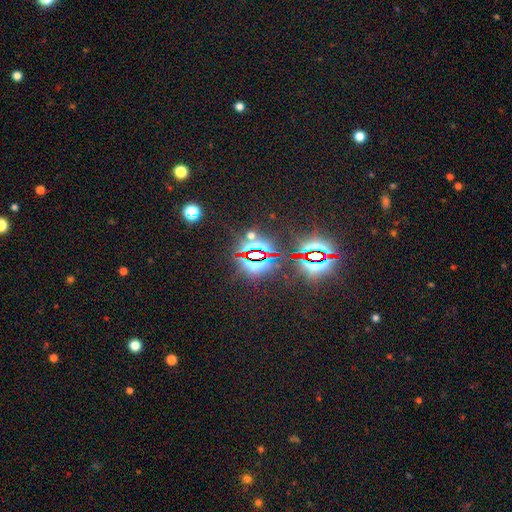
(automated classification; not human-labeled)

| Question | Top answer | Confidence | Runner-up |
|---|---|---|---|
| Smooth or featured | star or artifact | 81% | smooth (11%) |